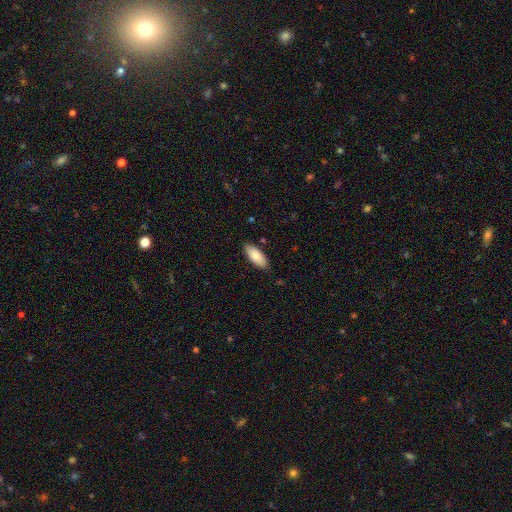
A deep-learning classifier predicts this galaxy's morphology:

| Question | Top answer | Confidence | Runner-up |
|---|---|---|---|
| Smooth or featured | smooth | 83% | featured or disk (11%) |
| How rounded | in between | 84% | cigar-shaped (15%) |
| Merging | none | 86% | minor disturbance (11%) |